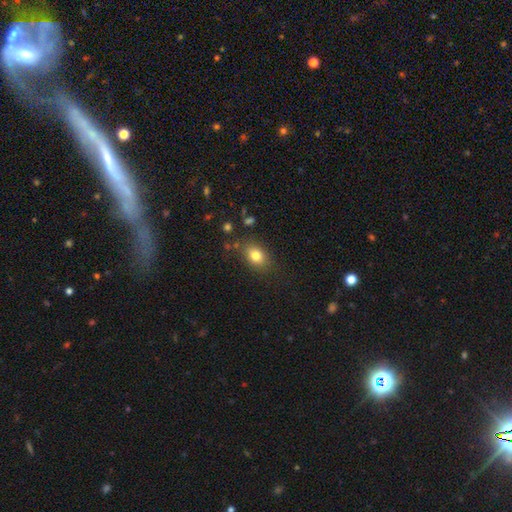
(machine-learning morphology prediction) The model was most divided on "how rounded": in between: 68%, round: 30%, cigar-shaped: 1%. More confident: smooth or featured — smooth (81%); merging — none (80%).